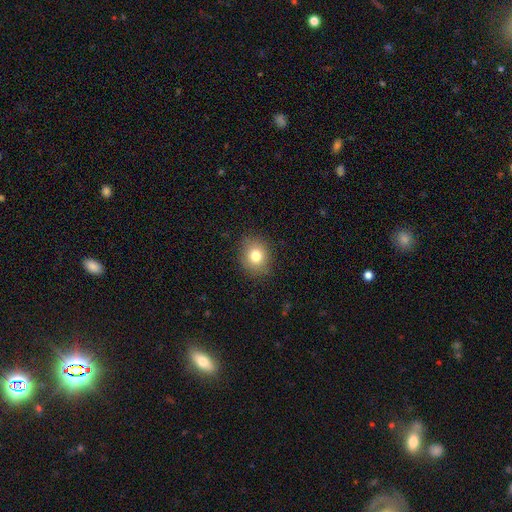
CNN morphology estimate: Overall: smooth (78%). How rounded: round (72%). Merging: none (87%).